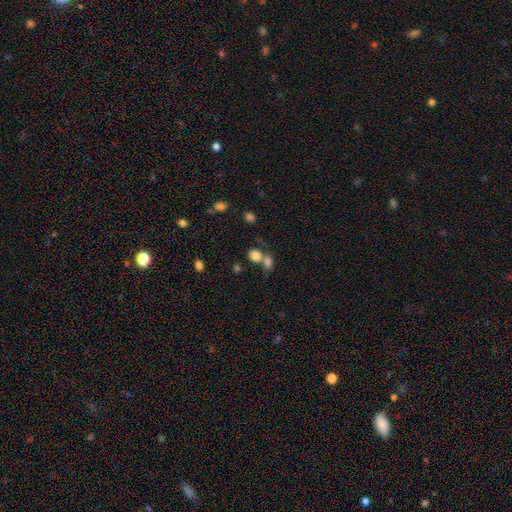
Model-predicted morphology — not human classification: smooth 81%, star or artifact 12%, featured or disk 7%. Down the decision tree: how rounded — round (60%); merging — none (43%, tied with merger).